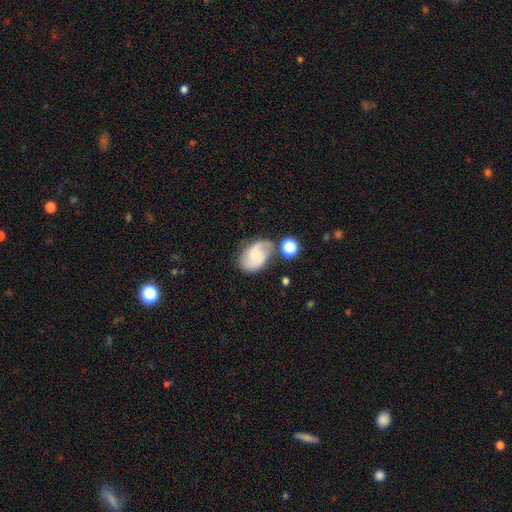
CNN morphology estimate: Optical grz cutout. It shows a featured or disk galaxy (65%) with no bar (65%), 2 (82%) medium (47%) spiral arms (93%) and a small central bulge (64%). Merging: none (59%).